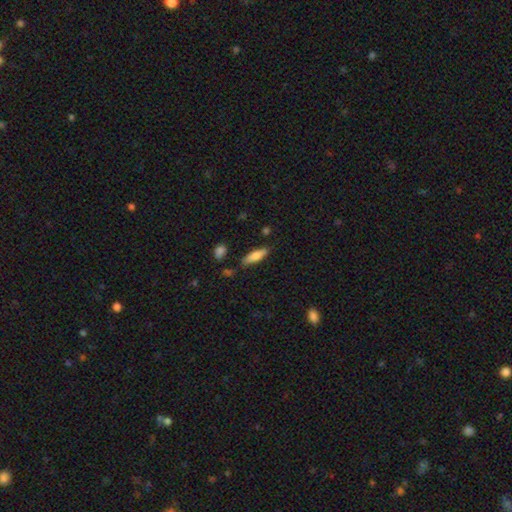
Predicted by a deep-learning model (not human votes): smooth 78%, featured or disk 16%, star or artifact 6%. Down the decision tree: how rounded — cigar-shaped (56%); merging — none (78%).